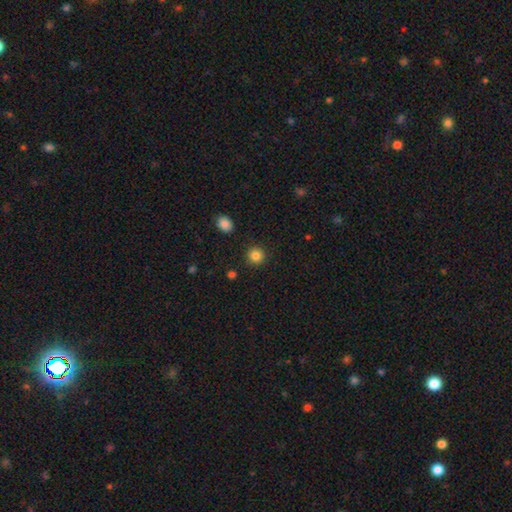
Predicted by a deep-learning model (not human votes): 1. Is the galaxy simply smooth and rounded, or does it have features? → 86% smooth, 11% star or artifact, 4% featured or disk.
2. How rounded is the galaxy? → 92% round, 7% in between, 1% cigar-shaped.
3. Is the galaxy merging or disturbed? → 91% none, 6% minor disturbance, 2% major disturbance, 2% merger.